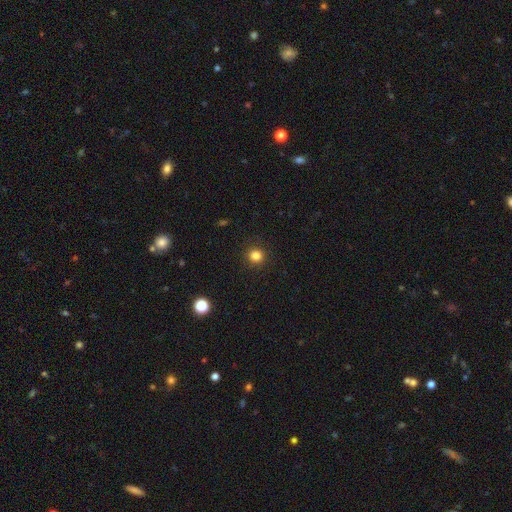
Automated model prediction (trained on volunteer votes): Smooth or featured? smooth (83%)
How rounded? round (93%)
Merging? none (92%)